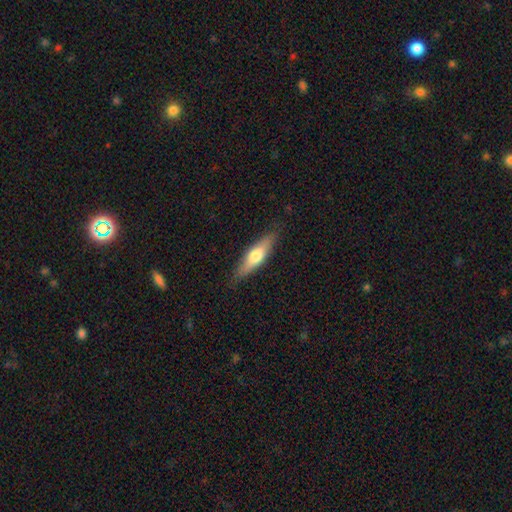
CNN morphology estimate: Smooth or featured?
  - smooth: 56% *
  - featured or disk: 39%
  - star or artifact: 5%
How rounded?
  - cigar-shaped: 66% *
  - in between: 32%
  - round: 2%
Merging?
  - none: 85% *
  - minor disturbance: 11%
  - major disturbance: 2%
  - merger: 1%